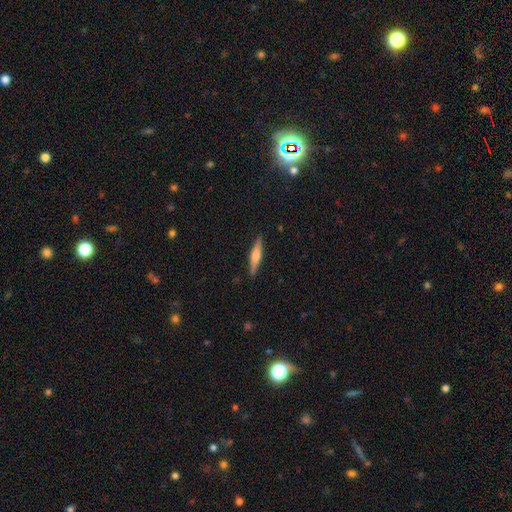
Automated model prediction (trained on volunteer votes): The model was most divided on "smooth or featured": featured or disk: 50%, smooth: 44%, star or artifact: 6%. More confident: merging — none (90%).